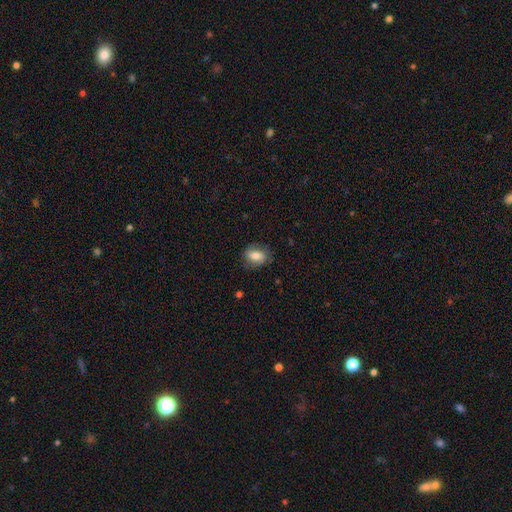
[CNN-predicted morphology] type=smooth (67%); roundness=in between (70%); merging=none (75%).